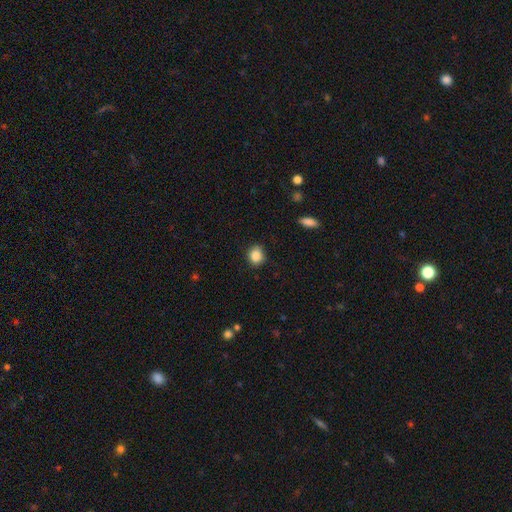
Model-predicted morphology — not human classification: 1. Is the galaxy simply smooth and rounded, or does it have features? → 87% smooth, 9% star or artifact, 4% featured or disk.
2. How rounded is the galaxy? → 74% round, 25% in between, 1% cigar-shaped.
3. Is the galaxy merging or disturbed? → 83% none, 13% minor disturbance, 3% major disturbance, 1% merger.